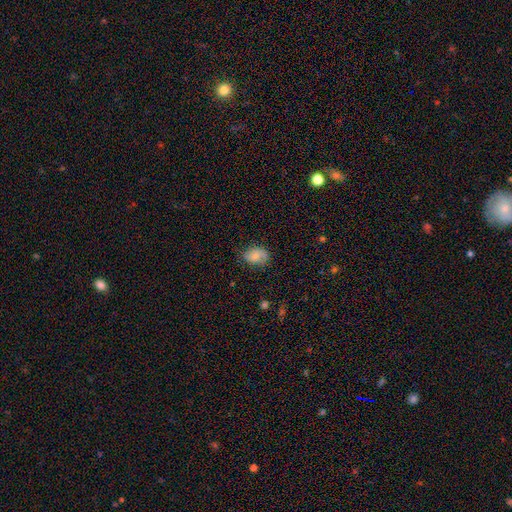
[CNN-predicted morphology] Smooth or featured? smooth (63%)
How rounded? in between (70%)
Merging? none (73%)